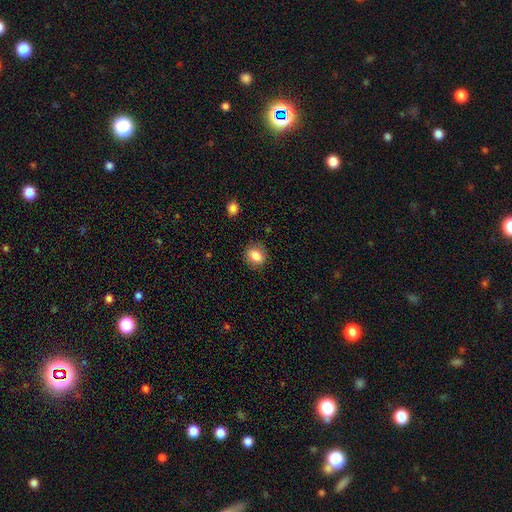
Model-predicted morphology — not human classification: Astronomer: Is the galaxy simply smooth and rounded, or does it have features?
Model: smooth — 83%.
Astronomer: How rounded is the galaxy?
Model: round — 55% (runner-up: in between, 43%).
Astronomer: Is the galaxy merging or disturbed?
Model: none — 83%.